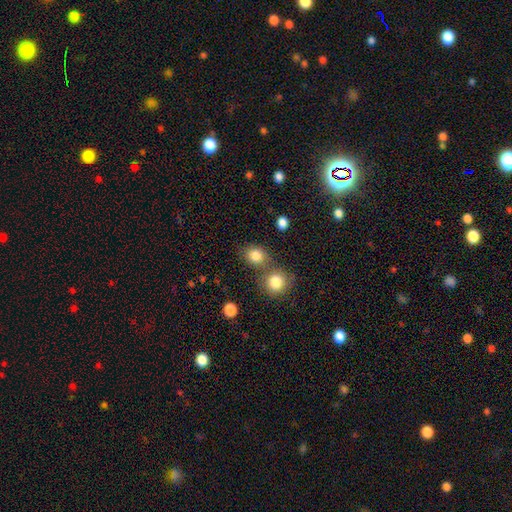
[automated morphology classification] Smooth or featured: smooth — 83% (star or artifact — 10%)
How rounded: round — 71% (in between — 28%)
Merging: none — 57% (merger — 31%)